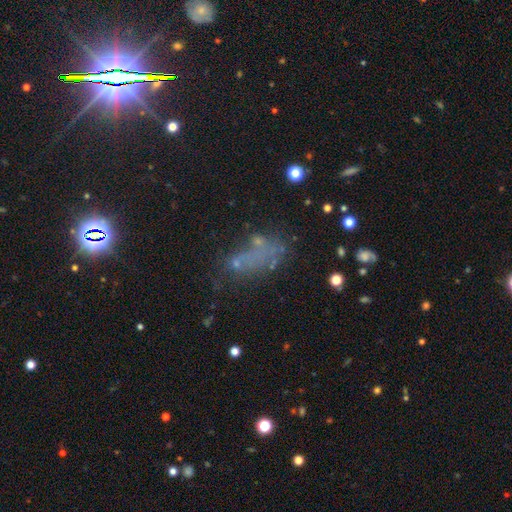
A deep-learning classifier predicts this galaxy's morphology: This is marginally a star or artifact rather than a galaxy (39%).